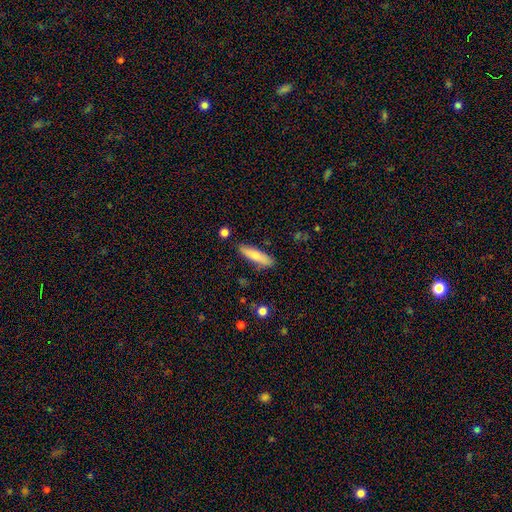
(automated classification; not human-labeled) Smooth or featured?
  - smooth: 78% *
  - featured or disk: 16%
  - star or artifact: 6%
How rounded?
  - cigar-shaped: 71% *
  - in between: 27%
  - round: 2%
Merging?
  - none: 82% *
  - minor disturbance: 12%
  - merger: 3%
  - major disturbance: 3%